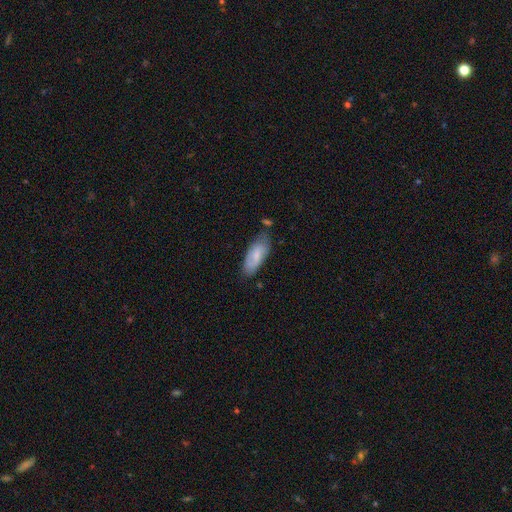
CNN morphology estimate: Smooth or featured? smooth (69%)
How rounded? in between (79%)
Merging? none (65%)